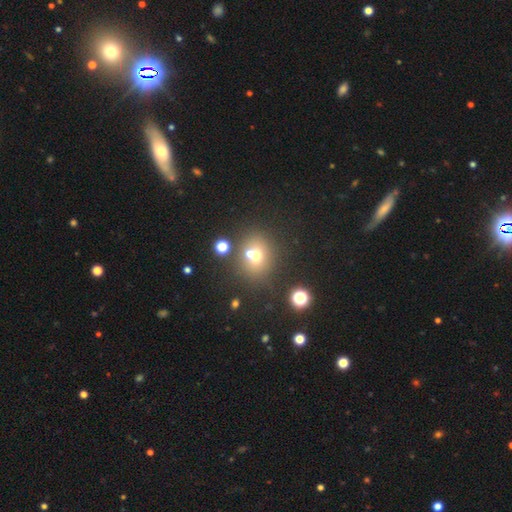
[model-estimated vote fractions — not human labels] smooth-or-featured: smooth: 63% | star or artifact: 19% | featured or disk: 18%
  how-rounded: round: 74% | in between: 25% | cigar-shaped: 1%
  merging: none: 51% | merger: 34% | minor disturbance: 9% | major disturbance: 5%